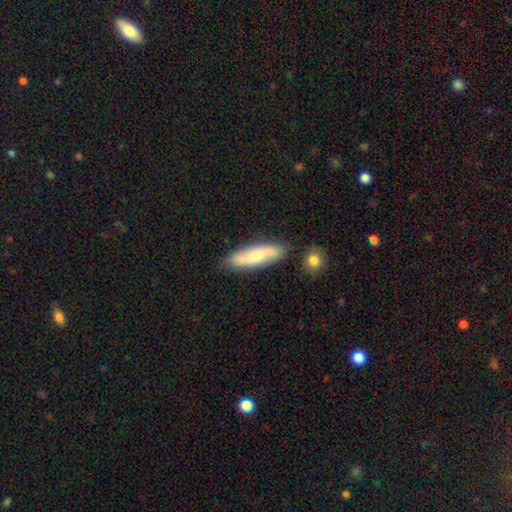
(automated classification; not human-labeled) A smooth galaxy with no disk features (56%) that is cigar-shaped (57%). Merging: none (78%).